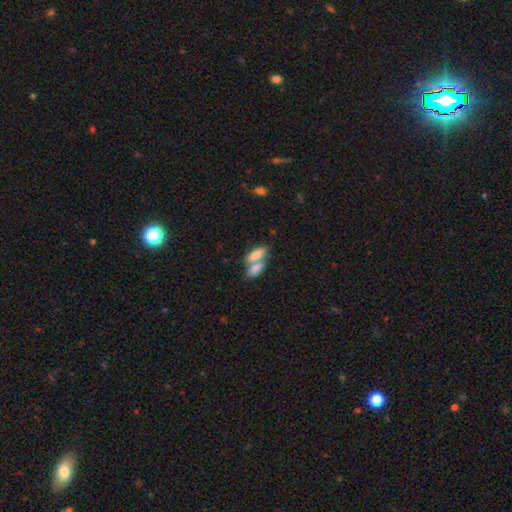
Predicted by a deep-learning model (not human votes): Morphology: type=smooth (81%); roundness=in between (85%); merging=merger (65%).